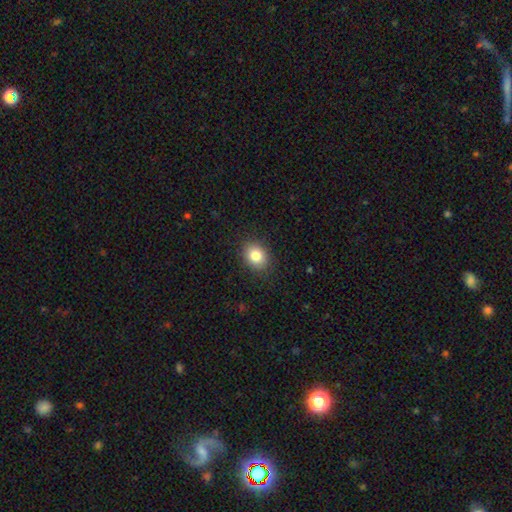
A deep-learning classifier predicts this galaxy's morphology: A smooth galaxy with no disk features (83%) that is in between round and cigar-shaped (53%). Merging: none (86%).